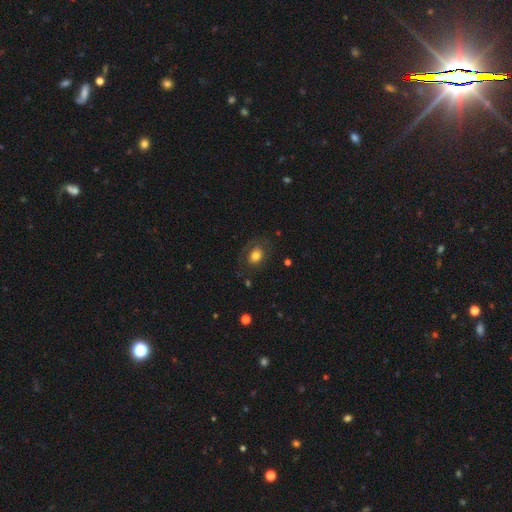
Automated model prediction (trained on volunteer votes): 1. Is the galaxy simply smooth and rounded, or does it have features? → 72% smooth, 17% featured or disk, 11% star or artifact.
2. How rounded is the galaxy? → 54% in between, 45% round, 1% cigar-shaped.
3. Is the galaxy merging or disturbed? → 70% none, 17% minor disturbance, 11% major disturbance, 1% merger.